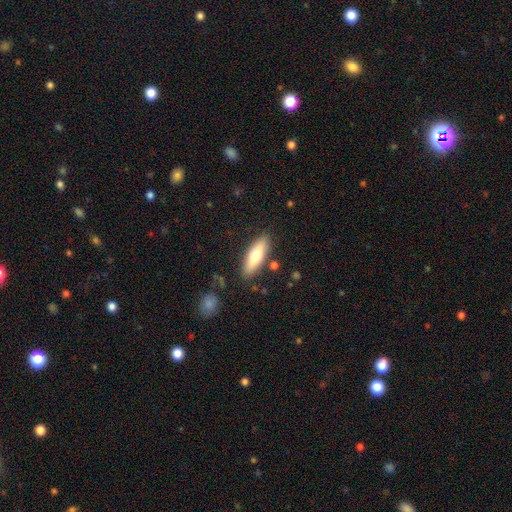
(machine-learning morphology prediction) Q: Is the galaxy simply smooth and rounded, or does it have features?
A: smooth — 69%.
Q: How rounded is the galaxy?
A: in between — 51%.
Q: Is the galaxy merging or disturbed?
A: none — 84%.